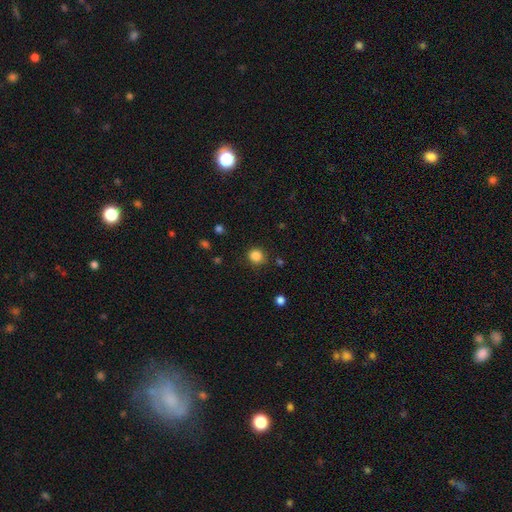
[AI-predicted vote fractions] Overall: smooth (85%). How rounded: round (85%). Merging: none (82%).